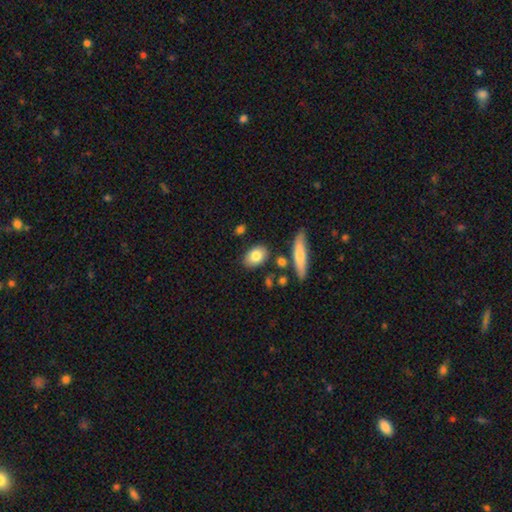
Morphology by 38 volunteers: Smooth or featured: smooth — 74% (featured or disk — 21%)
How rounded: in between — 75% (round — 14%)
Merging: none — 86% (merger — 11%)